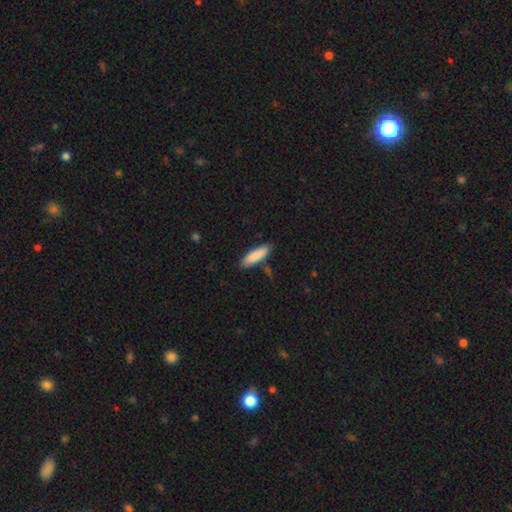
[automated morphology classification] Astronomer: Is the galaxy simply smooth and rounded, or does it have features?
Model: smooth — 87%.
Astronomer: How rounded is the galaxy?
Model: cigar-shaped — 58% (runner-up: in between, 40%).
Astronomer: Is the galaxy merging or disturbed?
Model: none — 81%.